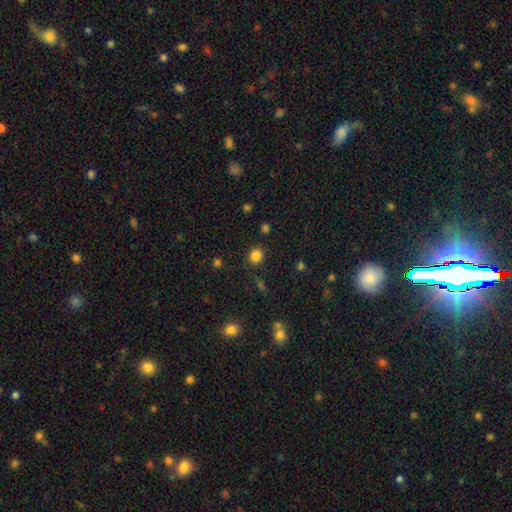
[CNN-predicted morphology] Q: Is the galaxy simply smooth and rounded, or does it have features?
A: smooth — 83%.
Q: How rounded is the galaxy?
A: round — 71%.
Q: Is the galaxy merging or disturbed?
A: none — 83%.